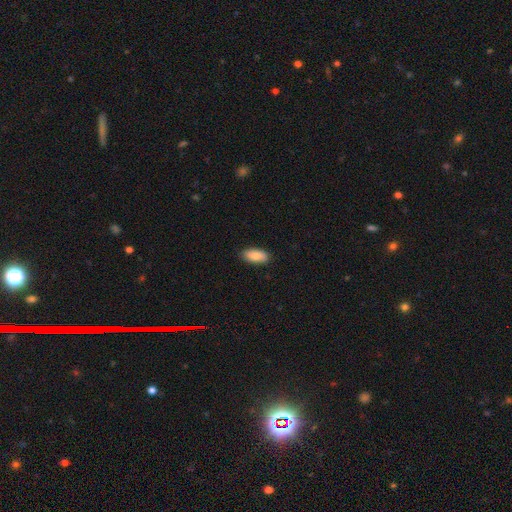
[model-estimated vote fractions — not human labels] Smooth or featured? Predicted: smooth (p=0.85). How rounded? Predicted: in between (p=0.90). Merging? Predicted: none (p=0.87).